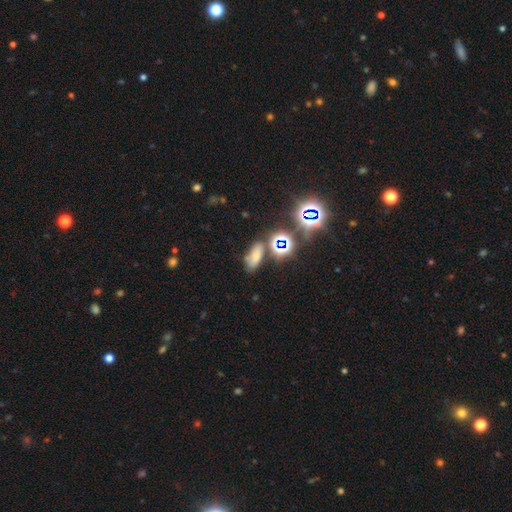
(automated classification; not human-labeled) Q: Smooth or featured?
A: smooth (53%); runner-up: star or artifact (32%)
Q: How rounded?
A: in between (80%); runner-up: round (11%)
Q: Merging?
A: none (66%); runner-up: minor disturbance (17%)